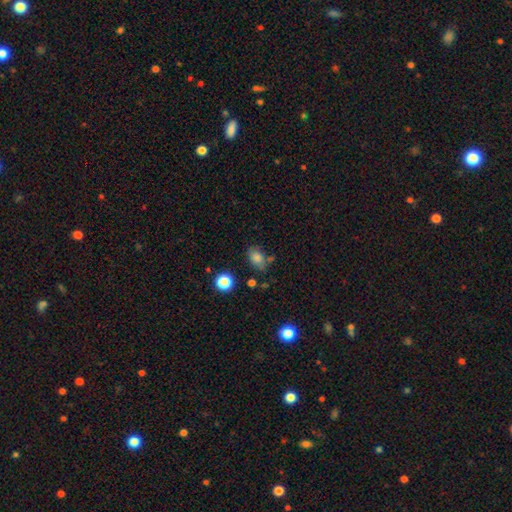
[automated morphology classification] The model was most divided on "how rounded": in between: 74%, round: 24%, cigar-shaped: 2%. More confident: smooth or featured — smooth (74%); merging — none (70%).